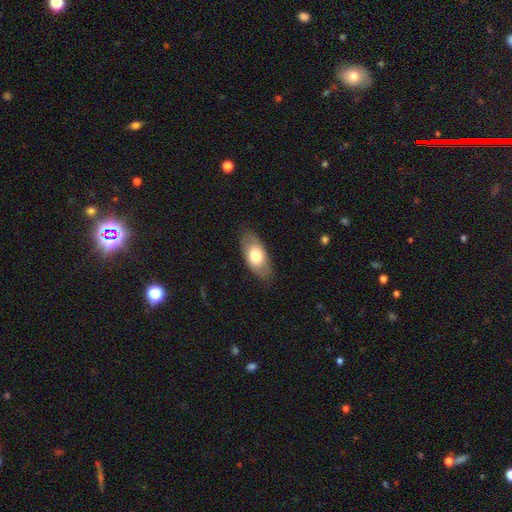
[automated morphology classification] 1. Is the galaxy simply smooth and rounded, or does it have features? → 70% smooth, 24% featured or disk, 6% star or artifact.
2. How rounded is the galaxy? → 90% in between, 6% cigar-shaped, 4% round.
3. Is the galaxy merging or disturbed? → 81% none, 15% minor disturbance, 3% major disturbance, 1% merger.